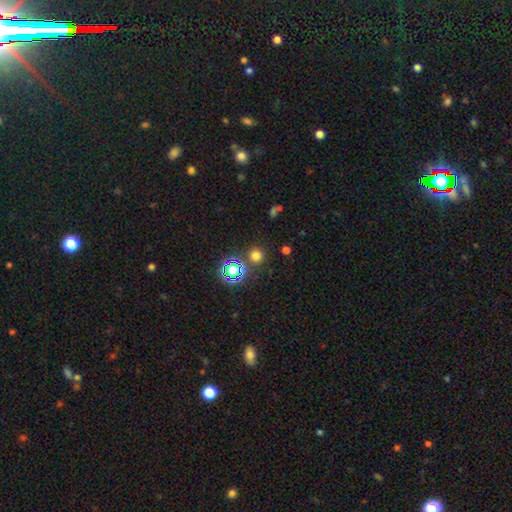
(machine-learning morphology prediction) smooth-or-featured: smooth: 68% | star or artifact: 26% | featured or disk: 6%
  how-rounded: round: 93% | in between: 6% | cigar-shaped: 1%
  merging: none: 82% | minor disturbance: 7% | merger: 7% | major disturbance: 3%